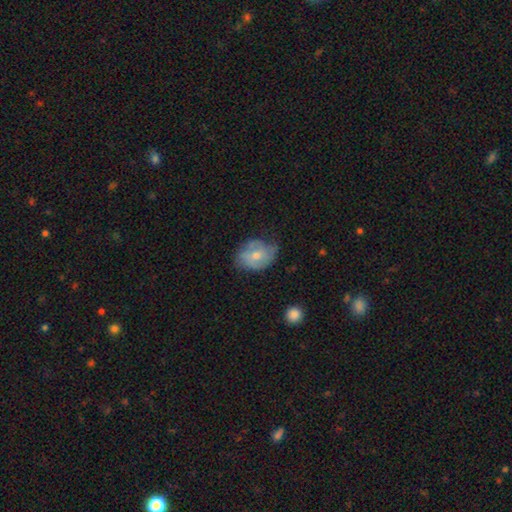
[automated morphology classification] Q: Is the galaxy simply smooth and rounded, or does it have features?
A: smooth — 49%.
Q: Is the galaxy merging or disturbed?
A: none — 50%.